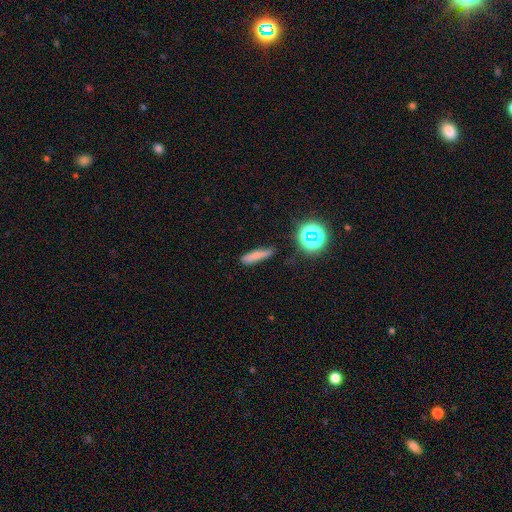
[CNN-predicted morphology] smooth-or-featured: smooth: 73% | star or artifact: 14% | featured or disk: 13%
  how-rounded: cigar-shaped: 79% | in between: 17% | round: 4%
  merging: none: 74% | minor disturbance: 18% | major disturbance: 5% | merger: 3%